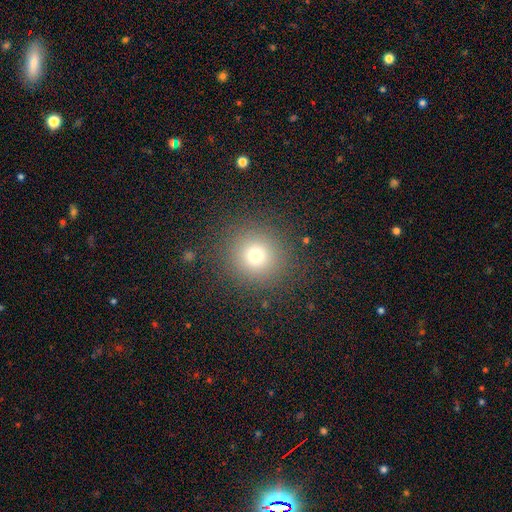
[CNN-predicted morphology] smooth_or_featured: smooth (p=0.72) [alt: star or artifact p=0.19]
how_rounded: round (p=0.93) [alt: in between p=0.06]
merging: none (p=0.88) [alt: minor disturbance p=0.07]